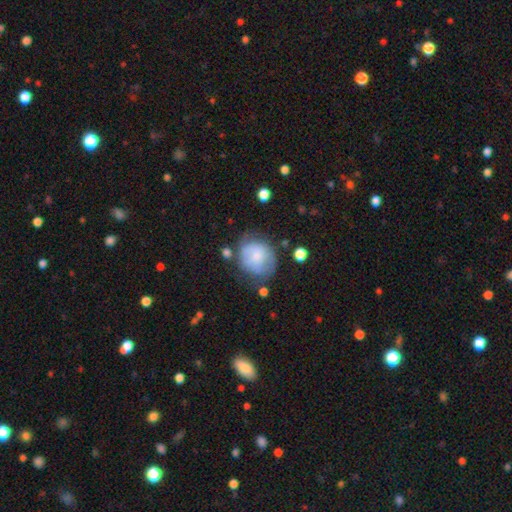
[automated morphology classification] A smooth galaxy with no disk features (60%) that is round (71%). Merging: none (52%).